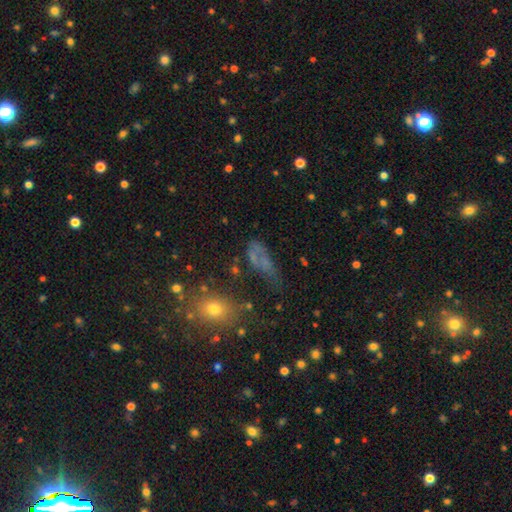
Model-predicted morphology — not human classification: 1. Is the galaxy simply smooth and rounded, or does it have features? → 51% smooth, 27% featured or disk, 22% star or artifact.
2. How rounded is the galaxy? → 69% in between, 18% cigar-shaped, 13% round.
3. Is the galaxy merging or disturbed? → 34% major disturbance, 33% none, 20% minor disturbance, 14% merger.